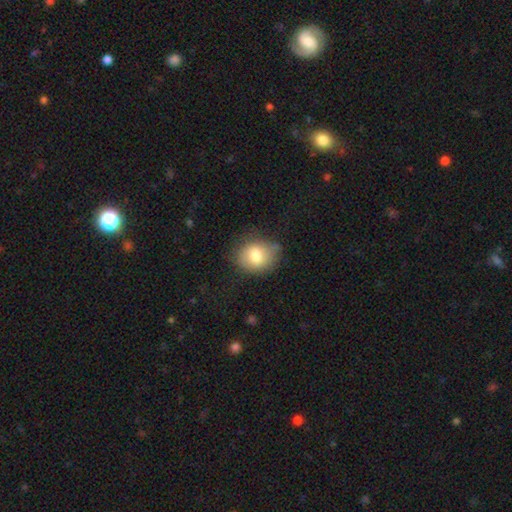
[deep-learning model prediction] A smooth galaxy with no disk features (78%) that is round (60%).

Vote fractions:
- Smooth or featured? smooth: 78% / featured or disk: 13% / star or artifact: 9%
- How rounded? round: 60% / in between: 39% / cigar-shaped: 1%
- Merging? none: 70% / minor disturbance: 22% / major disturbance: 6% / merger: 2%